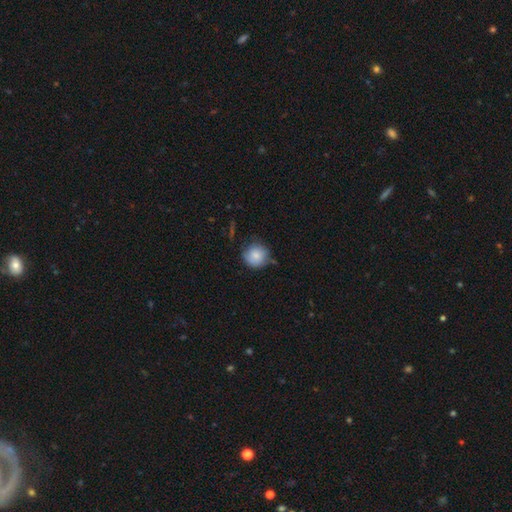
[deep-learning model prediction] Smooth or featured: smooth — 83% (featured or disk — 10%)
How rounded: round — 91% (in between — 8%)
Merging: none — 71% (minor disturbance — 22%)